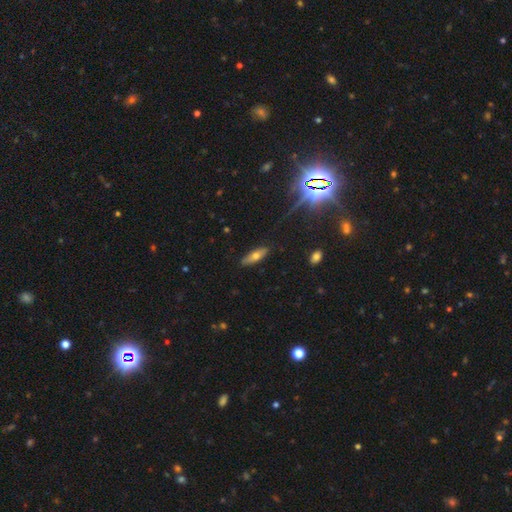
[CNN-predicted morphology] Smooth or featured? Predicted: smooth (p=0.60). How rounded? Predicted: in between (p=0.52). Merging? Predicted: none (p=0.87).